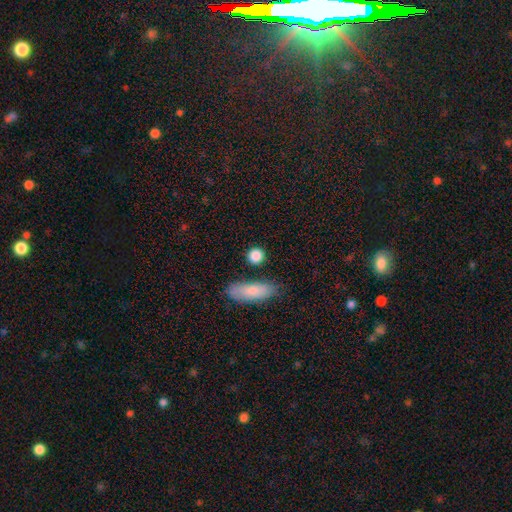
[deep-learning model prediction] smooth 86%, star or artifact 8%, featured or disk 6%. Down the decision tree: how rounded — round (81%); merging — none (82%).